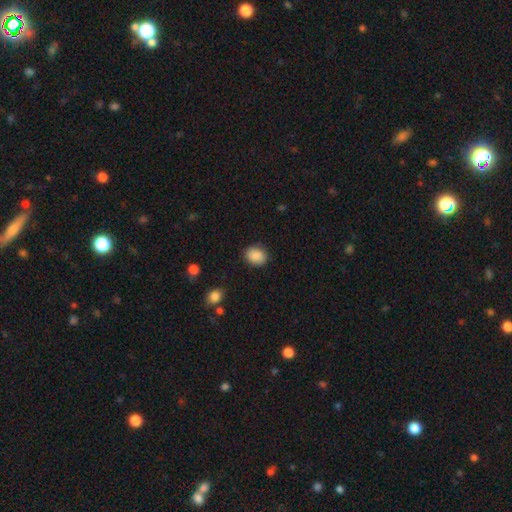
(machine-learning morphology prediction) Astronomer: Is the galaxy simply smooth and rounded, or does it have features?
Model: smooth — 89%.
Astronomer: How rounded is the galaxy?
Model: in between — 57% (runner-up: round, 42%).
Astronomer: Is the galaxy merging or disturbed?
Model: none — 85%.